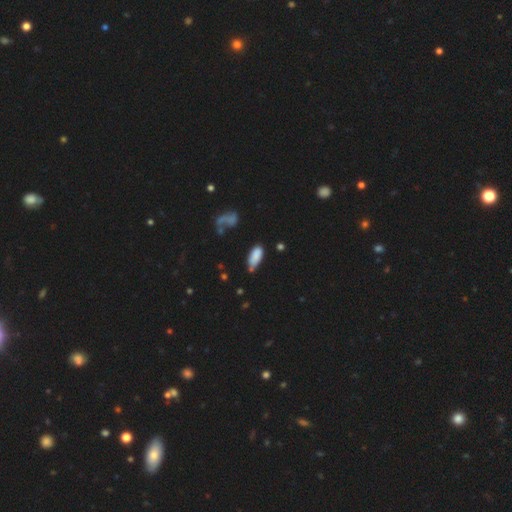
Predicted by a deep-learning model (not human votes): This appears to be a smooth galaxy with no disk features (83%) that is in between round and cigar-shaped (86%). Merging: none (54%).